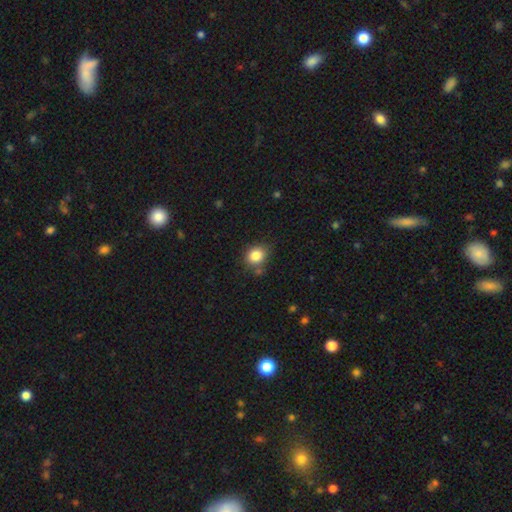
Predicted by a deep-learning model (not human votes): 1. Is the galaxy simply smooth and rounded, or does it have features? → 84% smooth, 10% star or artifact, 6% featured or disk.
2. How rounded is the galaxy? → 69% round, 31% in between, 1% cigar-shaped.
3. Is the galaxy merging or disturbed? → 76% none, 15% minor disturbance, 6% merger, 4% major disturbance.